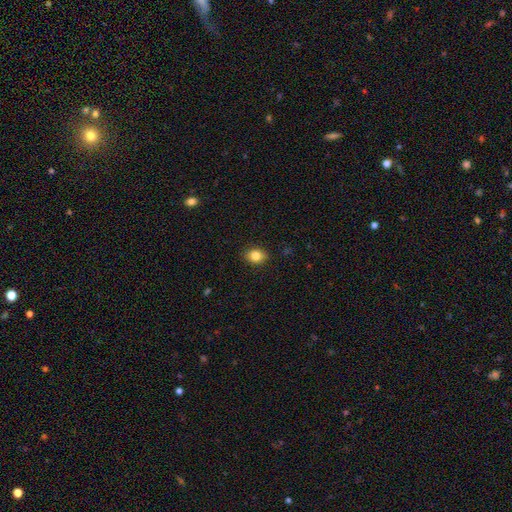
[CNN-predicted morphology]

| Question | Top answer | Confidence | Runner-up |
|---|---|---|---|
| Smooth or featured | smooth | 84% | star or artifact (10%) |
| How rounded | in between | 54% | round (45%) |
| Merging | none | 88% | minor disturbance (9%) |